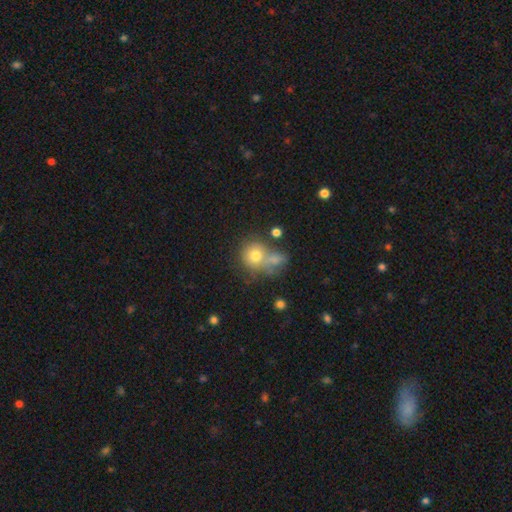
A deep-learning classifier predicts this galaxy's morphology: A smooth galaxy with no disk features (75%) that is round (81%).

Vote fractions:
- Smooth or featured? smooth: 75% / featured or disk: 14% / star or artifact: 11%
- How rounded? round: 81% / in between: 18% / cigar-shaped: 1%
- Merging? none: 42% / merger: 38% / minor disturbance: 13% / major disturbance: 8%